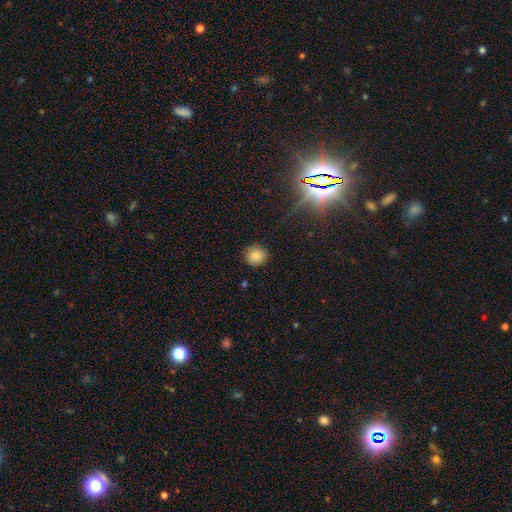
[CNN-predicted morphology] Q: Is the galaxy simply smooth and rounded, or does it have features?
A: smooth — 84%.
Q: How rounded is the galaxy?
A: round — 92%.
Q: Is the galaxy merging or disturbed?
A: none — 90%.